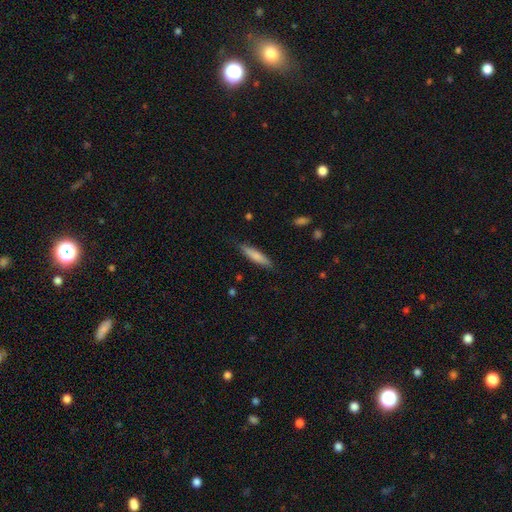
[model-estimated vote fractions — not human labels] smooth 78%, featured or disk 16%, star or artifact 6%. Down the decision tree: how rounded — cigar-shaped (78%); merging — none (84%).